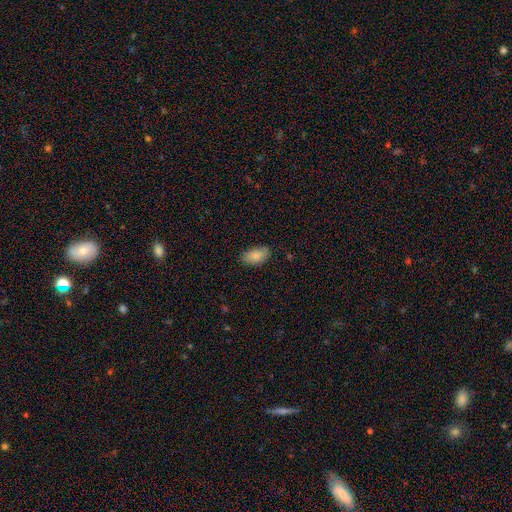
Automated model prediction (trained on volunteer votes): Smooth or featured: smooth — 86% (featured or disk — 7%)
How rounded: in between — 94% (round — 3%)
Merging: none — 80% (minor disturbance — 16%)